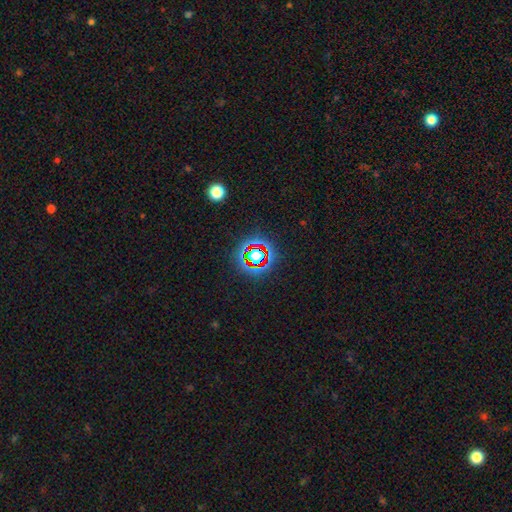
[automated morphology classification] smooth-or-featured: star or artifact: 68% | smooth: 20% | featured or disk: 12%